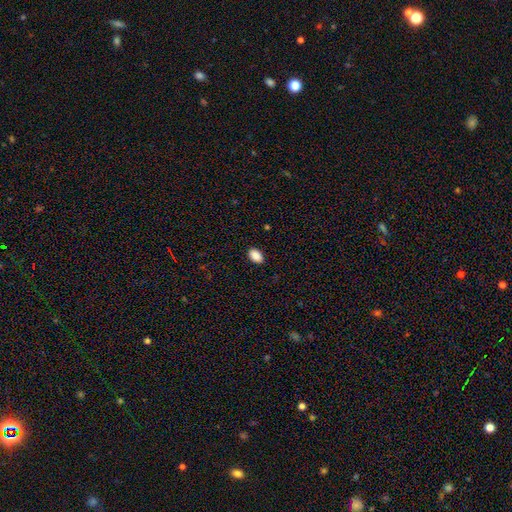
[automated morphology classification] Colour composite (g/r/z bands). It shows a smooth galaxy with no disk features (90%) that is in between round and cigar-shaped (89%). Merging: none (89%).